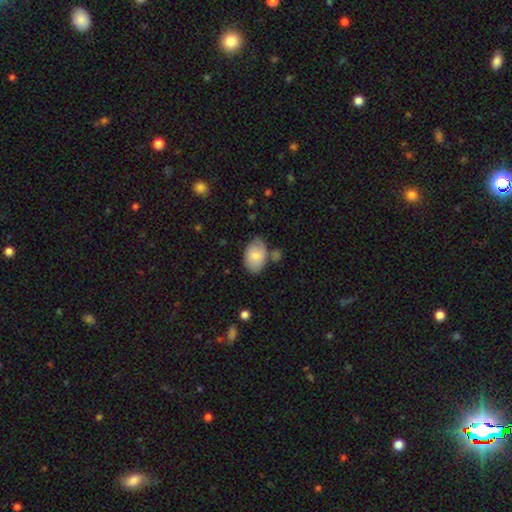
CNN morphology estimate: Smooth or featured? Predicted: smooth (p=0.78). How rounded? Predicted: in between (p=0.91). Merging? Predicted: none (p=0.68).